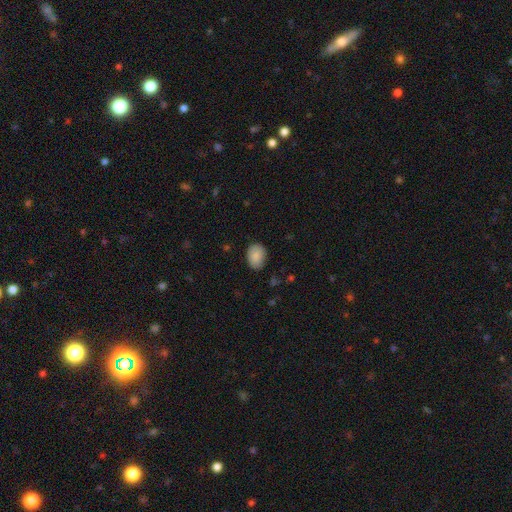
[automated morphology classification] Smooth or featured? Predicted: smooth (p=0.88). How rounded? Predicted: in between (p=0.71). Merging? Predicted: none (p=0.82).